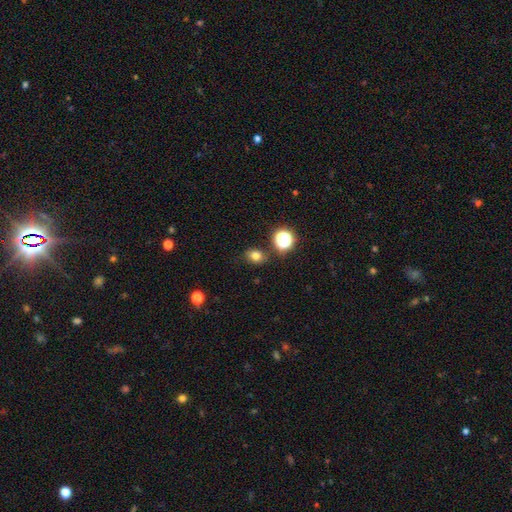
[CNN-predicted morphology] Q: Smooth or featured?
A: smooth (75%); runner-up: star or artifact (17%)
Q: How rounded?
A: in between (53%); runner-up: round (46%)
Q: Merging?
A: none (81%); runner-up: minor disturbance (12%)